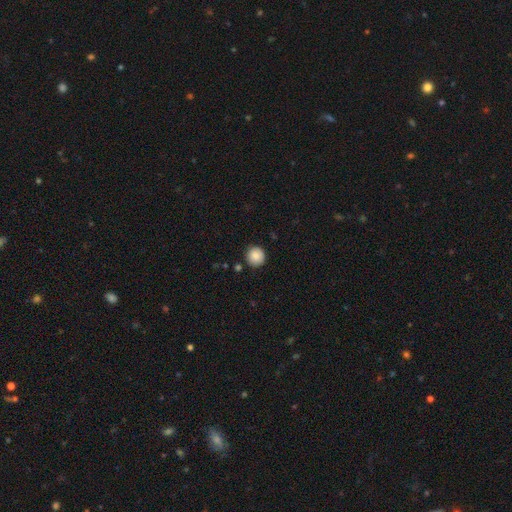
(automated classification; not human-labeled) This appears to be a smooth galaxy with no disk features (86%) that is round (93%). Merging: none (87%).